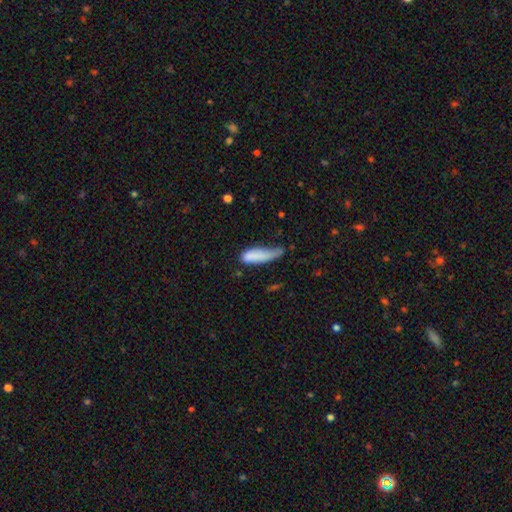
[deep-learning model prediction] This is likely a smooth galaxy (80%). How rounded: possibly cigar-shaped (49%). Merging: marginally minor disturbance (40%).